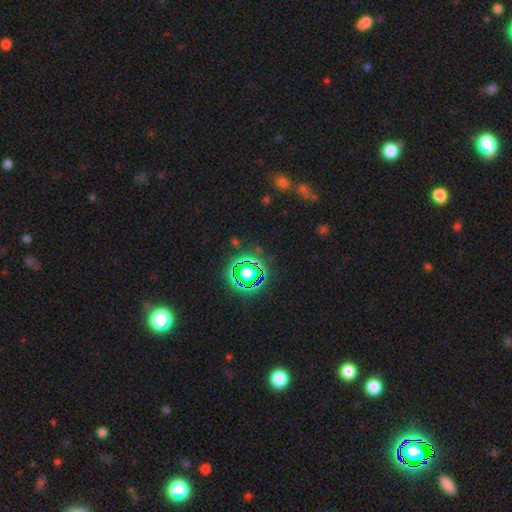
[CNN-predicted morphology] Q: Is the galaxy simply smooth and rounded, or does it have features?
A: star or artifact — 73%.